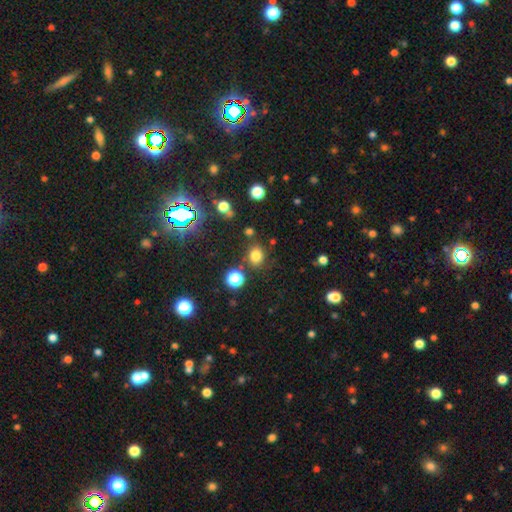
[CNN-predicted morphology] Smooth or featured: smooth — 76% (star or artifact — 18%)
How rounded: round — 65% (in between — 34%)
Merging: none — 79% (minor disturbance — 11%)